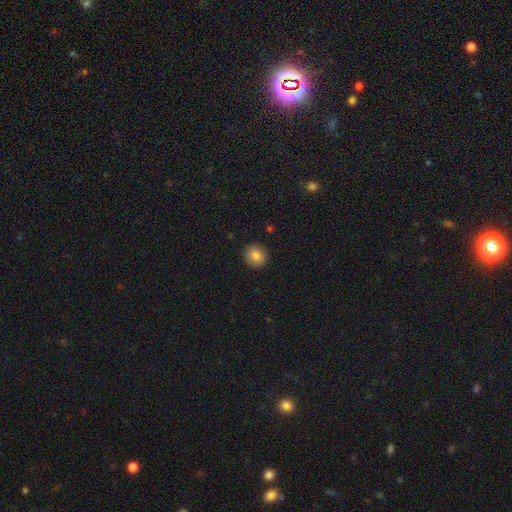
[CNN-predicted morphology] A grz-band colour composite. It shows a smooth galaxy with no disk features (84%) that is round (91%). Merging: none (92%).